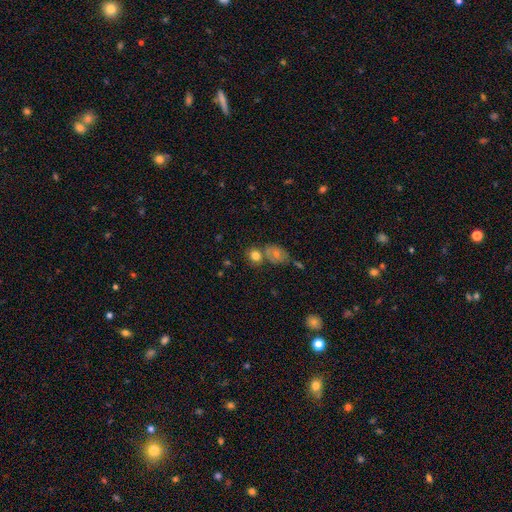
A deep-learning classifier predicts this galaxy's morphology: smooth-or-featured: smooth: 76% | featured or disk: 13% | star or artifact: 11%
  how-rounded: round: 67% | in between: 31% | cigar-shaped: 1%
  merging: none: 53% | merger: 31% | minor disturbance: 12% | major disturbance: 4%